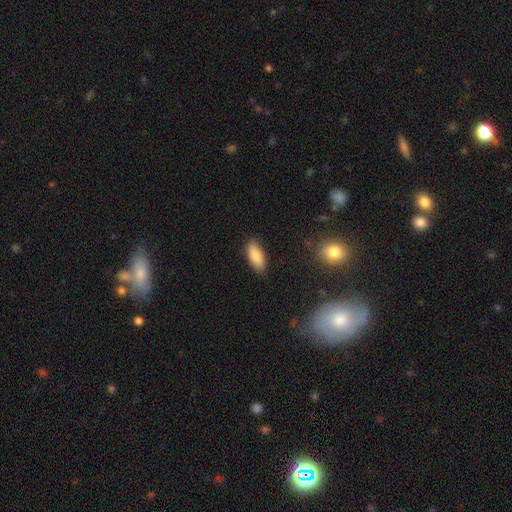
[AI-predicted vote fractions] Q: Smooth or featured?
A: smooth (83%); runner-up: featured or disk (10%)
Q: How rounded?
A: in between (85%); runner-up: cigar-shaped (13%)
Q: Merging?
A: none (85%); runner-up: minor disturbance (11%)